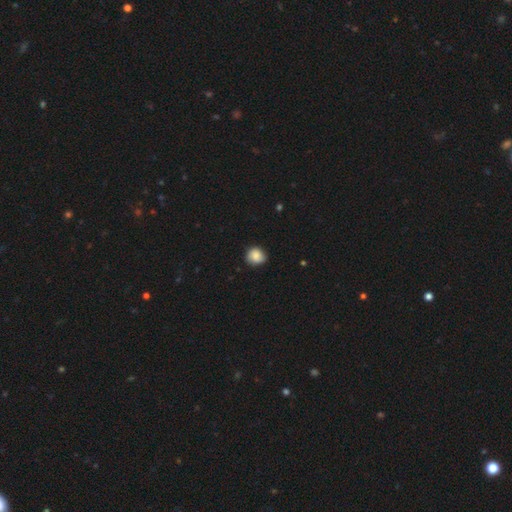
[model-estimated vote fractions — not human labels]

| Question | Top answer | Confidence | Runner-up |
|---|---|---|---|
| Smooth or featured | smooth | 83% | featured or disk (9%) |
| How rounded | round | 80% | in between (19%) |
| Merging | none | 76% | minor disturbance (19%) |